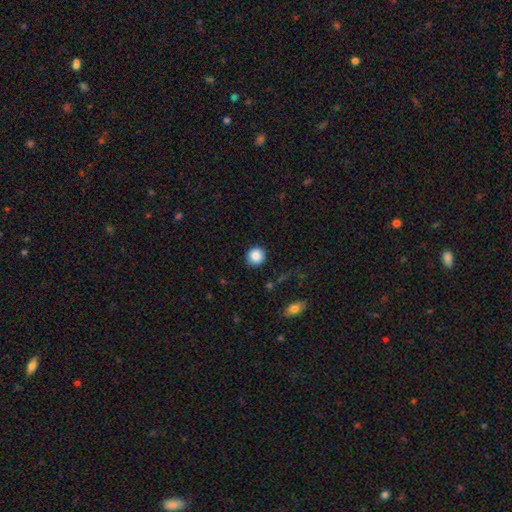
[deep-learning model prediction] The model was most divided on "smooth or featured": smooth: 87%, star or artifact: 9%, featured or disk: 4%. More confident: how rounded — round (92%); merging — none (88%).